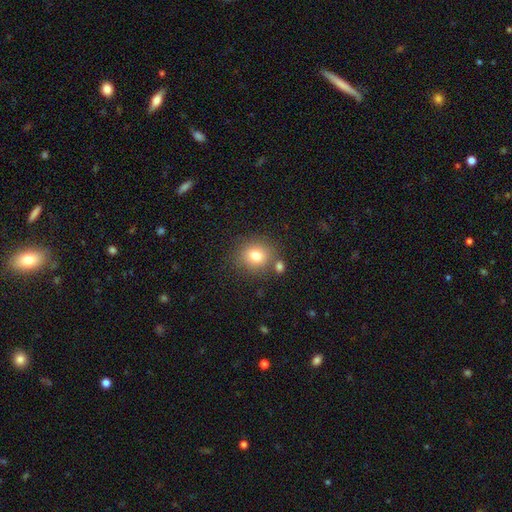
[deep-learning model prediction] Smooth or featured?
  - smooth: 78% *
  - star or artifact: 13%
  - featured or disk: 10%
How rounded?
  - round: 85% *
  - in between: 14%
  - cigar-shaped: 1%
Merging?
  - none: 75% *
  - merger: 12%
  - minor disturbance: 10%
  - major disturbance: 4%